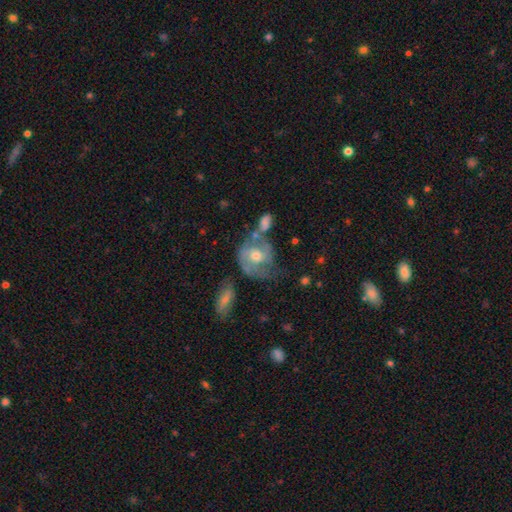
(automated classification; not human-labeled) A featured or disk galaxy (69%) with no bar (67%), 2 (53%) tight (42%) spiral arms (83%) and a moderate central bulge (69%).

Vote fractions:
- Smooth or featured? featured or disk: 69% / smooth: 25% / star or artifact: 6%
- Edge-on disk? no: 97% / yes: 3%
- Bar? no: 67% / weak: 27% / strong: 5%
- Spiral arms? yes: 83% / no: 17%
- Spiral winding? tight: 42% / medium: 40% / loose: 18%
- Spiral arm count? 2: 53% / can't tell: 24% / 1: 12% / 3: 7% / 4: 2% / more than 4: 2%
- Bulge size? moderate: 69% / small: 23% / large: 5% / none: 2% / dominant: 1%
- Merging? none: 39% / minor disturbance: 24% / major disturbance: 19% / merger: 17%